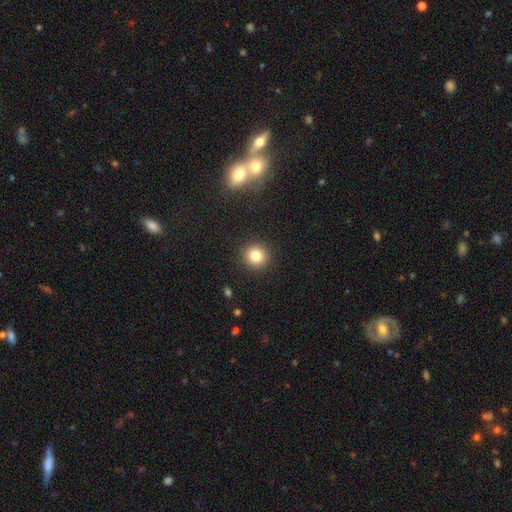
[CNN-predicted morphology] Smooth or featured?
  - smooth: 81% *
  - star or artifact: 12%
  - featured or disk: 7%
How rounded?
  - round: 94% *
  - in between: 5%
  - cigar-shaped: 1%
Merging?
  - none: 92% *
  - minor disturbance: 5%
  - major disturbance: 2%
  - merger: 1%